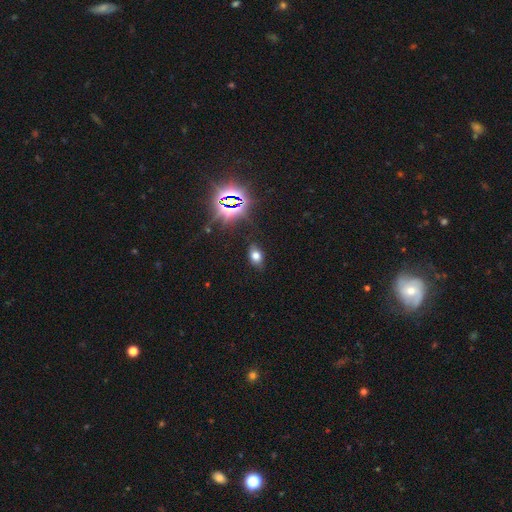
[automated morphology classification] Smooth or featured? smooth (64%)
How rounded? in between (81%)
Merging? none (83%)